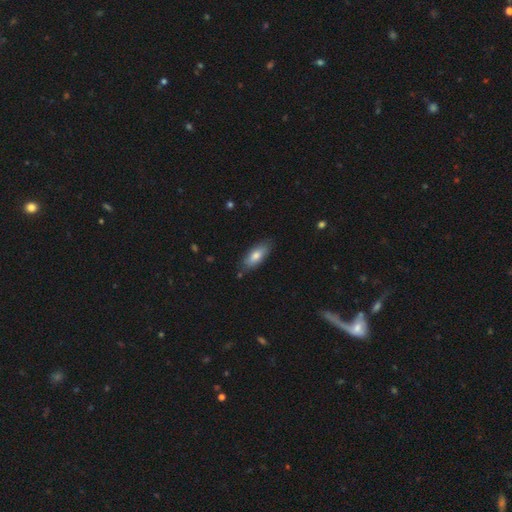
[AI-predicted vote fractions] Morphology: type=smooth (76%); roundness=in between (78%); merging=none (82%).